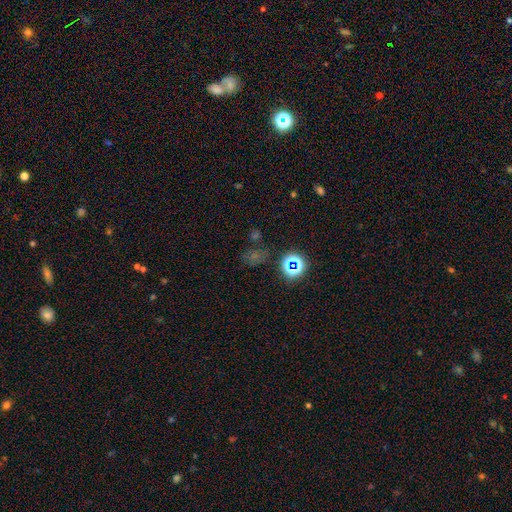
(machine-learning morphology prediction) A star or artifact, not a galaxy (60%).

Vote fractions:
- Smooth or featured? star or artifact: 60% / smooth: 29% / featured or disk: 11%